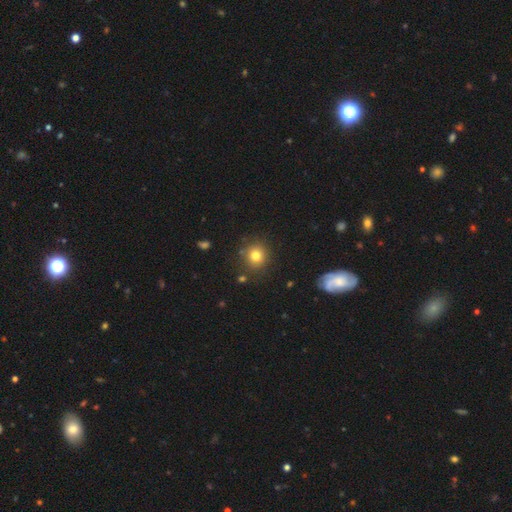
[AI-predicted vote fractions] smooth-or-featured: smooth: 78% | star or artifact: 13% | featured or disk: 9%
  how-rounded: round: 87% | in between: 12% | cigar-shaped: 1%
  merging: none: 84% | minor disturbance: 9% | merger: 3% | major disturbance: 3%